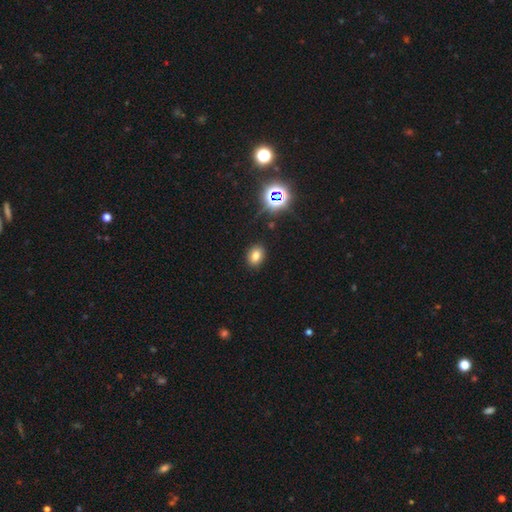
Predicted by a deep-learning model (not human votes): smooth 74%, star or artifact 18%, featured or disk 8%. Down the decision tree: how rounded — in between (70%); merging — none (88%).